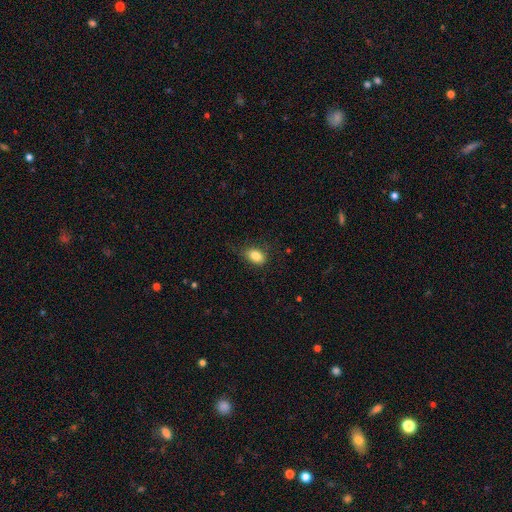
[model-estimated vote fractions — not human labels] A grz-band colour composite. It shows a smooth galaxy with no disk features (85%) that is in between round and cigar-shaped (86%). Merging: none (74%).